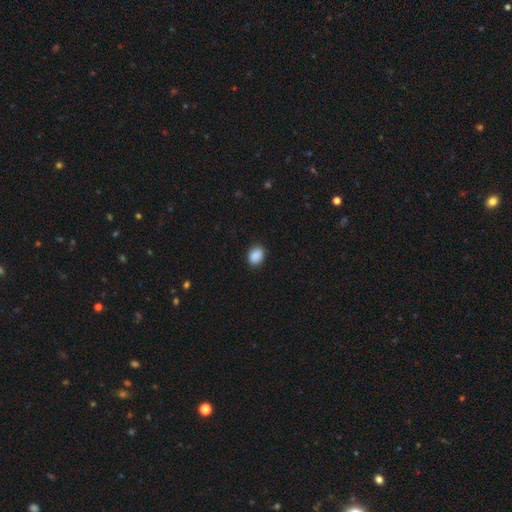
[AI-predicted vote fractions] Morphology: type=smooth (90%); roundness=in between (63%); merging=none (87%).